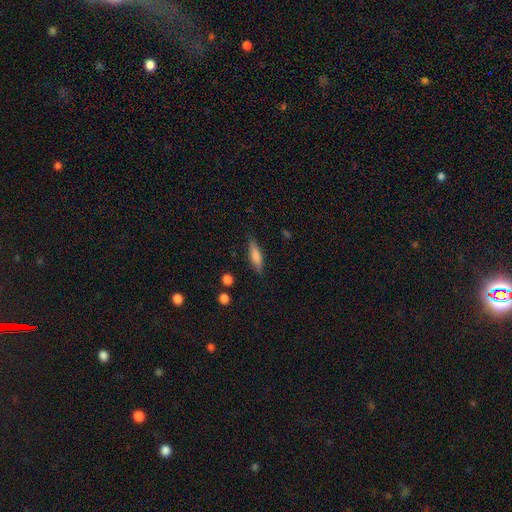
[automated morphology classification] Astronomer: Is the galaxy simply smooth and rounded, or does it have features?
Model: smooth — 65%.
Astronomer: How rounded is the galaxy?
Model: cigar-shaped — 73%.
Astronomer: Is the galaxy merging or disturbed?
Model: none — 86%.